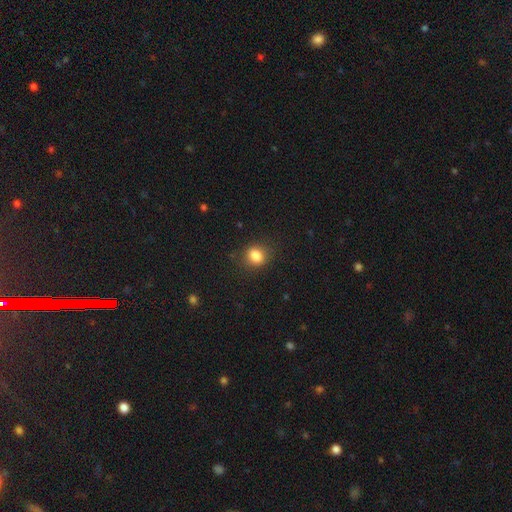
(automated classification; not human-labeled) Smooth or featured?
  - smooth: 84% *
  - star or artifact: 11%
  - featured or disk: 5%
How rounded?
  - round: 57% *
  - in between: 42%
  - cigar-shaped: 1%
Merging?
  - none: 83% *
  - minor disturbance: 12%
  - major disturbance: 4%
  - merger: 1%